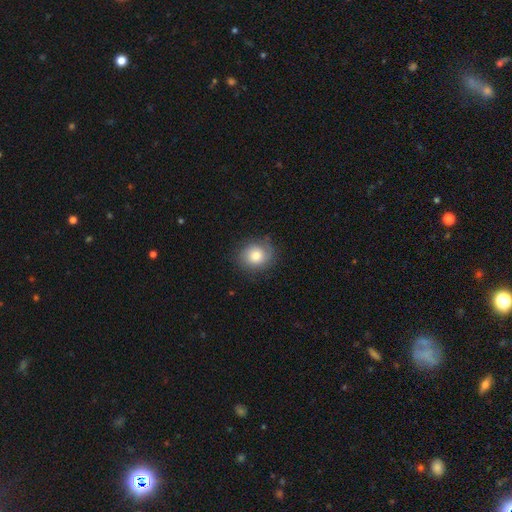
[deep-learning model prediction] smooth_or_featured: smooth (p=0.71) [alt: featured or disk p=0.20]
how_rounded: round (p=0.80) [alt: in between p=0.19]
merging: none (p=0.76) [alt: minor disturbance p=0.17]